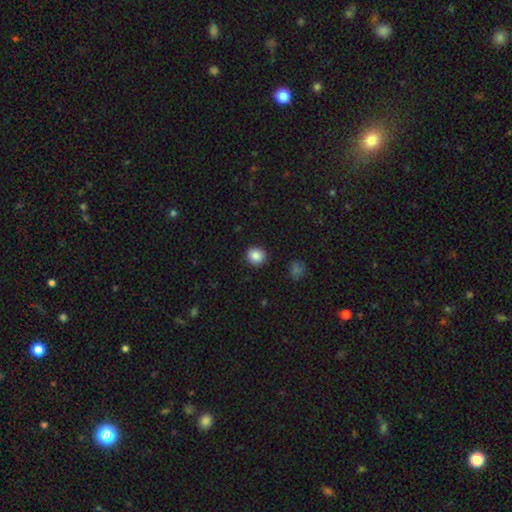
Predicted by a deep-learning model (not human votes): Smooth or featured: smooth — 86% (star or artifact — 10%)
How rounded: round — 90% (in between — 9%)
Merging: none — 91% (minor disturbance — 6%)